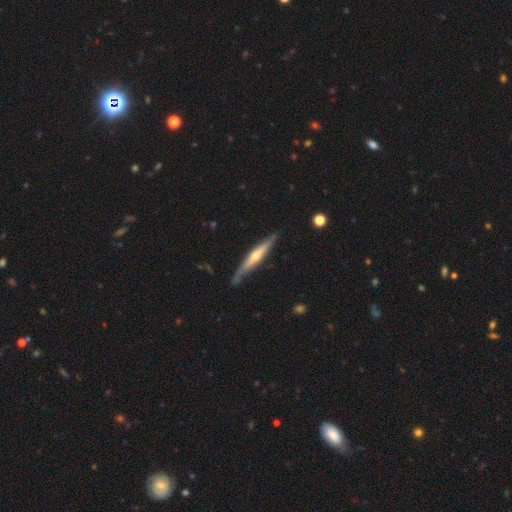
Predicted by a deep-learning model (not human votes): This is likely a featured or disk galaxy (67%). It is clearly viewed edge-on (95%). Edge-on bulge: clearly rounded (81%). Merging: clearly none (81%).